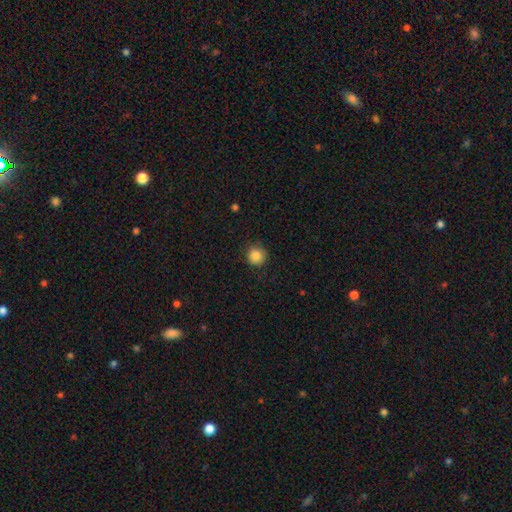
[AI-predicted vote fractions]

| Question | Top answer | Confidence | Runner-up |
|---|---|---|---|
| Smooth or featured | smooth | 86% | star or artifact (10%) |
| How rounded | round | 94% | in between (5%) |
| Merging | none | 86% | minor disturbance (11%) |